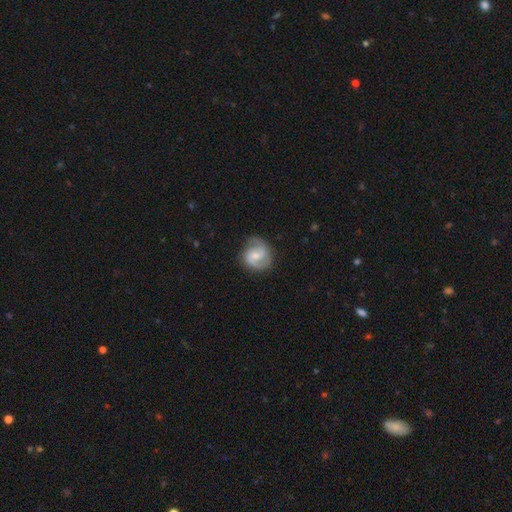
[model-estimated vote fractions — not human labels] A featured or disk galaxy (81%) with a weak bar (51%), 2 (89%) medium (54%) spiral arms (96%) and a small central bulge (51%). Merging: none (79%).